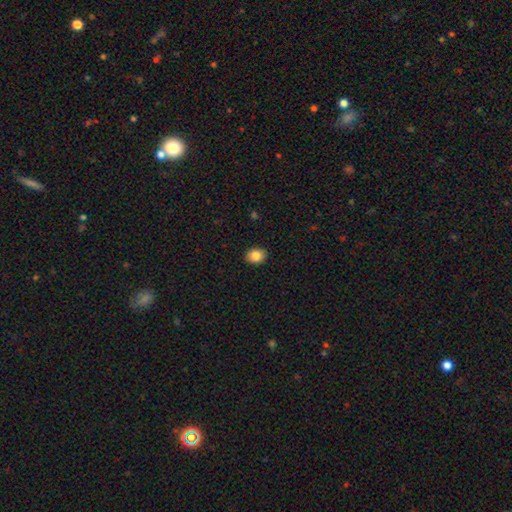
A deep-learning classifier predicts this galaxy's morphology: This appears to be a smooth galaxy with no disk features (85%) that is in between round and cigar-shaped (54%). Merging: none (90%).